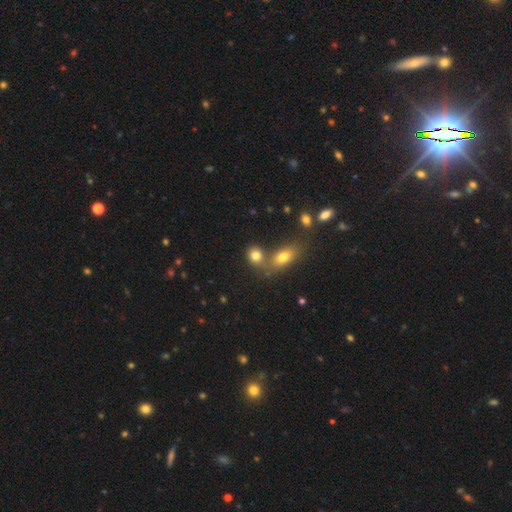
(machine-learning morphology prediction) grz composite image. It shows a smooth galaxy with no disk features (80%) that is round (54%). Merging: none (48%).